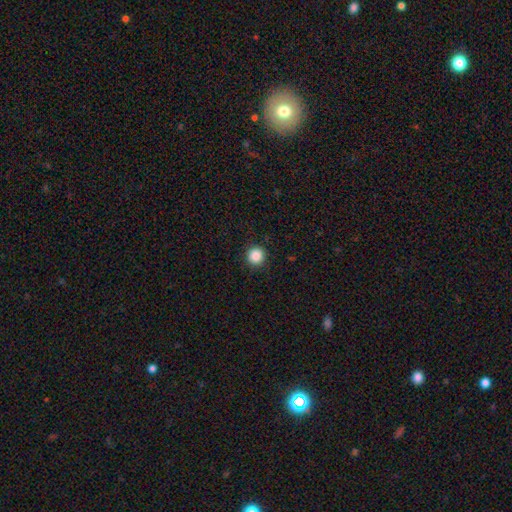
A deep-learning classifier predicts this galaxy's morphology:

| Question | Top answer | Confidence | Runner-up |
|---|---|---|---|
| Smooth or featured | smooth | 87% | star or artifact (10%) |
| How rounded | round | 95% | in between (4%) |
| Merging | none | 92% | minor disturbance (5%) |